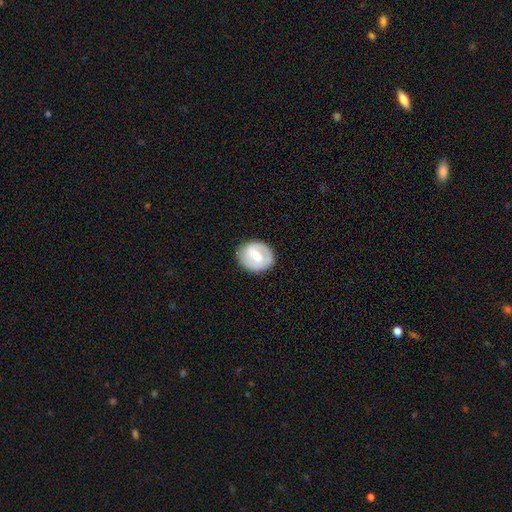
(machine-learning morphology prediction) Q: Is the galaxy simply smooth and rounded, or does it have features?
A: featured or disk — 61%.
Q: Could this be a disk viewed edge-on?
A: no — 97%.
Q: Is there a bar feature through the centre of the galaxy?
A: weak — 45%.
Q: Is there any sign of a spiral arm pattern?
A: yes — 70%.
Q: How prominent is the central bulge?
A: moderate — 48%.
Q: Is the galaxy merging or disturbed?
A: none — 82%.